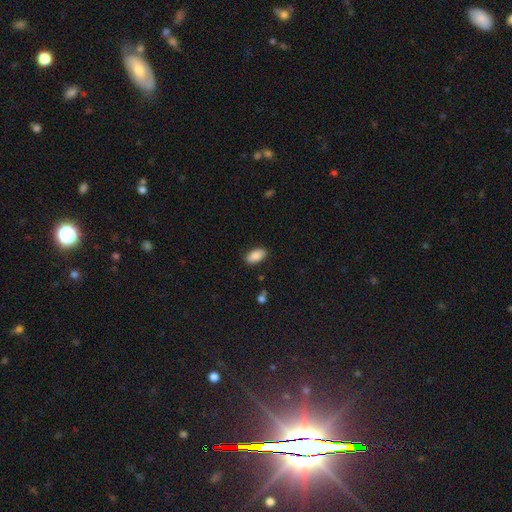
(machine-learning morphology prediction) Smooth or featured? Predicted: smooth (p=0.86). How rounded? Predicted: in between (p=0.93). Merging? Predicted: none (p=0.86).